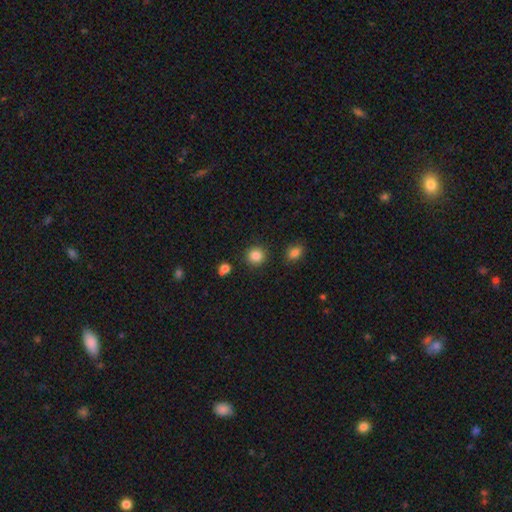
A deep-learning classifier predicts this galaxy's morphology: The model was most divided on "smooth or featured": smooth: 86%, star or artifact: 10%, featured or disk: 4%. More confident: how rounded — round (91%); merging — none (89%).